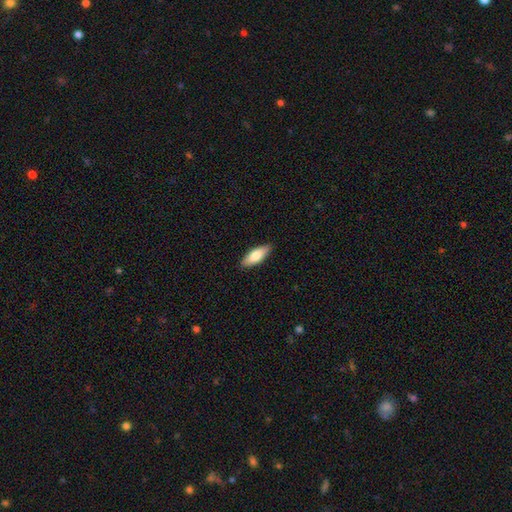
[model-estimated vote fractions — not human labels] smooth_or_featured: smooth (p=0.80) [alt: featured or disk p=0.15]
how_rounded: in between (p=0.69) [alt: cigar-shaped p=0.29]
merging: none (p=0.88) [alt: minor disturbance p=0.09]